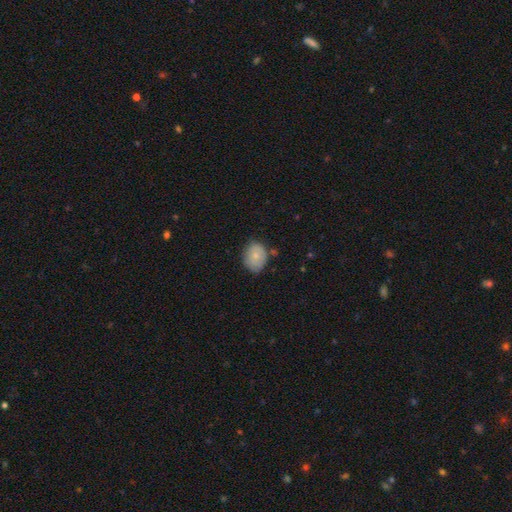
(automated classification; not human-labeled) Smooth or featured? Predicted: smooth (p=0.72). How rounded? Predicted: in between (p=0.57). Merging? Predicted: none (p=0.69).